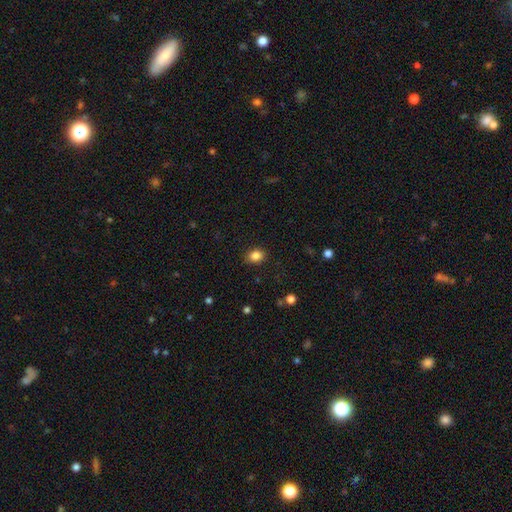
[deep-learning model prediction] This is clearly a smooth galaxy (85%). How rounded: possibly round (51%). Merging: clearly none (87%).